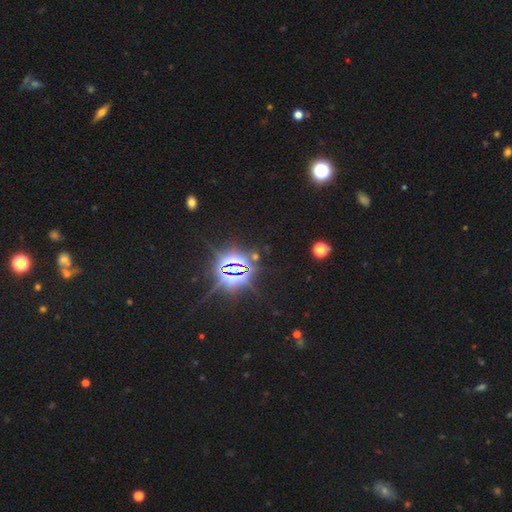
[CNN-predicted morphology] Smooth or featured?
  - star or artifact: 85% *
  - smooth: 9%
  - featured or disk: 6%